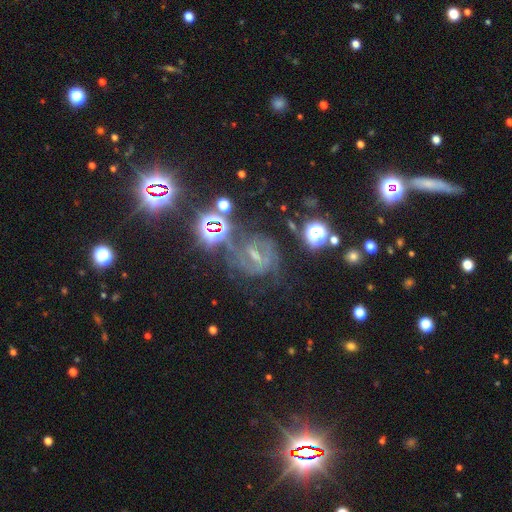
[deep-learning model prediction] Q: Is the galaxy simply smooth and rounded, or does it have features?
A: featured or disk — 60%.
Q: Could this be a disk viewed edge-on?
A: no — 95%.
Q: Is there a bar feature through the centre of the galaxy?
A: weak — 46%.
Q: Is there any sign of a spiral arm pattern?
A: yes — 84%.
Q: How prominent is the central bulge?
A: small — 43%.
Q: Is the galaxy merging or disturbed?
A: none — 58%.